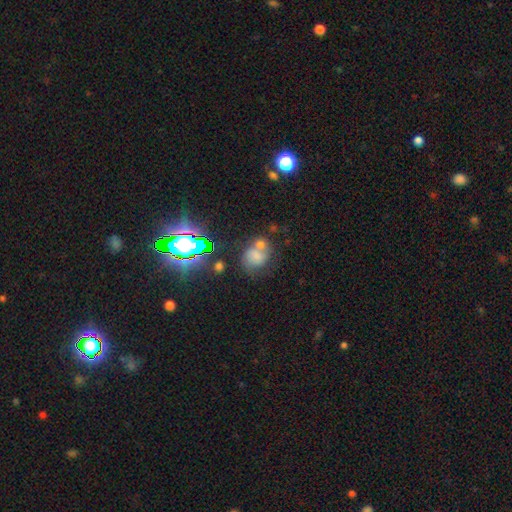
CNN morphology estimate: Q: Smooth or featured?
A: smooth (59%); runner-up: star or artifact (21%)
Q: How rounded?
A: round (57%); runner-up: in between (42%)
Q: Merging?
A: merger (45%); runner-up: none (33%)